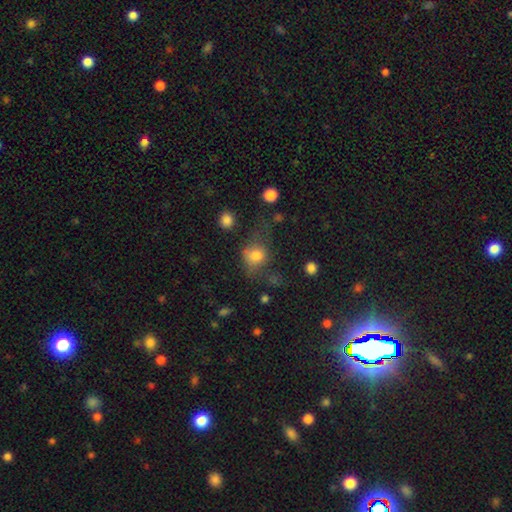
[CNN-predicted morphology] This appears to be a smooth galaxy with no disk features (76%) that is round (65%). Merging: none (46%).